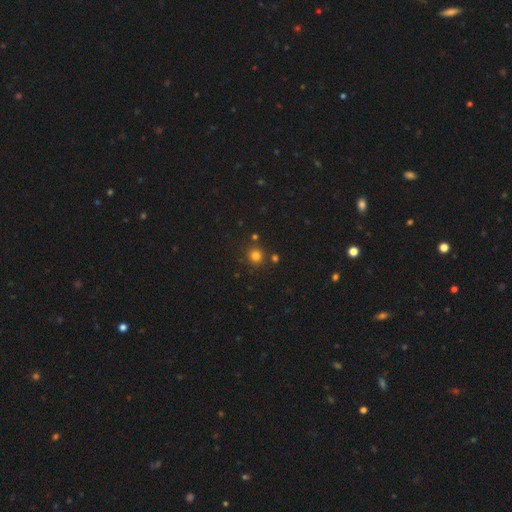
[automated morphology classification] This is likely a smooth galaxy (79%). How rounded: clearly round (92%). Merging: clearly none (83%).